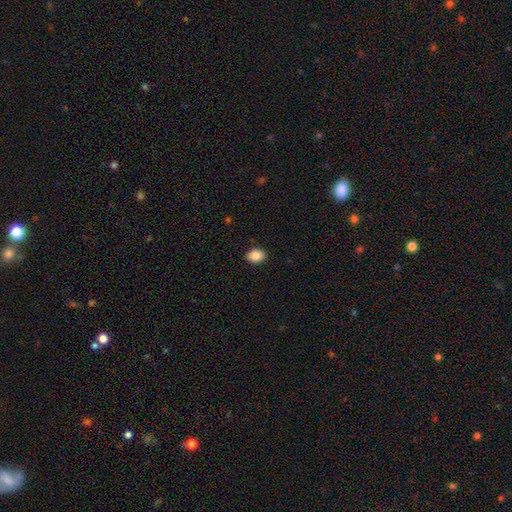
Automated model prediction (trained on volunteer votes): Q: Smooth or featured?
A: smooth (88%); runner-up: star or artifact (8%)
Q: How rounded?
A: in between (73%); runner-up: round (26%)
Q: Merging?
A: none (90%); runner-up: minor disturbance (7%)